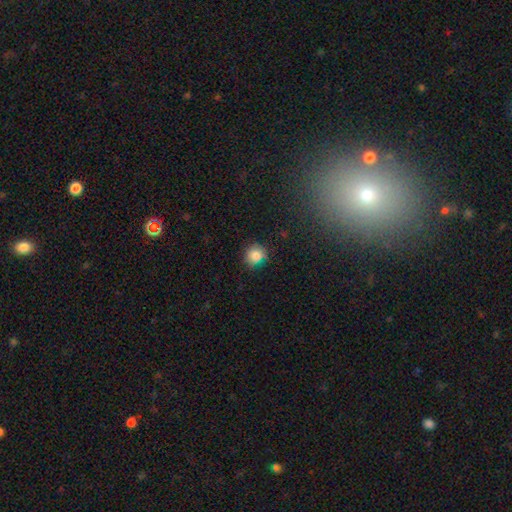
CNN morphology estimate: Smooth or featured? Predicted: smooth (p=0.82). How rounded? Predicted: round (p=0.84). Merging? Predicted: none (p=0.77).